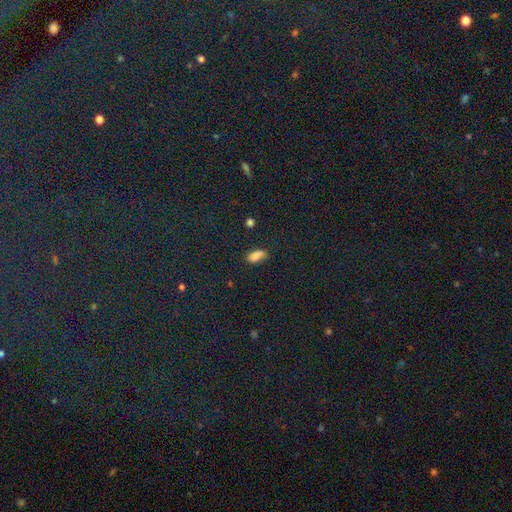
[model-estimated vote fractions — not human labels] The model was most divided on "merging": none: 58%, minor disturbance: 26%, major disturbance: 9%, merger: 7%. More confident: how rounded — in between (86%); smooth or featured — smooth (76%).